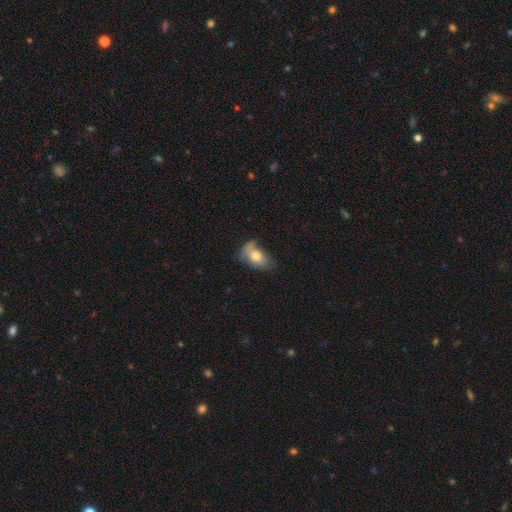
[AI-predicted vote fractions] Q: Smooth or featured?
A: smooth (67%); runner-up: featured or disk (24%)
Q: How rounded?
A: in between (85%); runner-up: round (12%)
Q: Merging?
A: minor disturbance (37%); runner-up: none (35%)